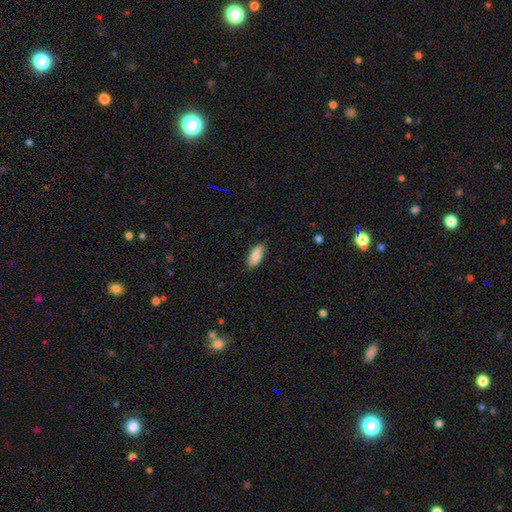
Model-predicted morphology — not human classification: A smooth galaxy with no disk features (82%) that is in between round and cigar-shaped (88%). Merging: none (86%).